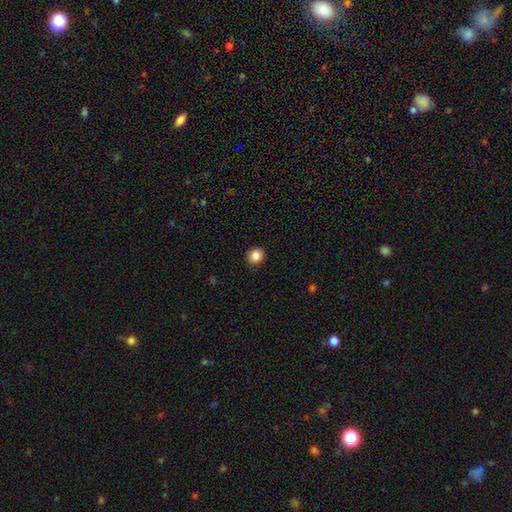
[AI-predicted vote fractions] A smooth galaxy with no disk features (85%) that is round (91%).

Vote fractions:
- Smooth or featured? smooth: 85% / star or artifact: 10% / featured or disk: 5%
- How rounded? round: 91% / in between: 8% / cigar-shaped: 1%
- Merging? none: 92% / minor disturbance: 5% / major disturbance: 2% / merger: 1%